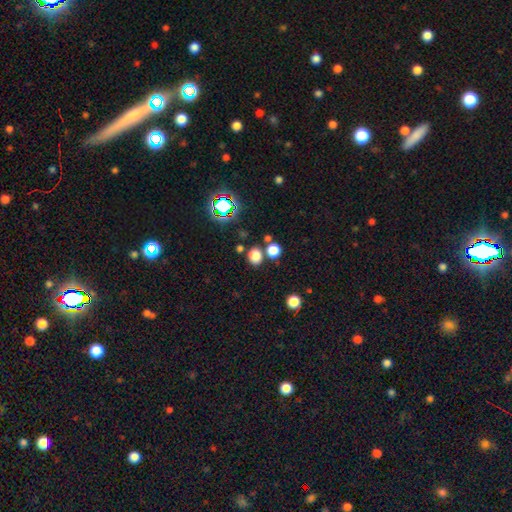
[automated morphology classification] smooth 78%, star or artifact 17%, featured or disk 5%. Down the decision tree: how rounded — round (70%); merging — none (74%).